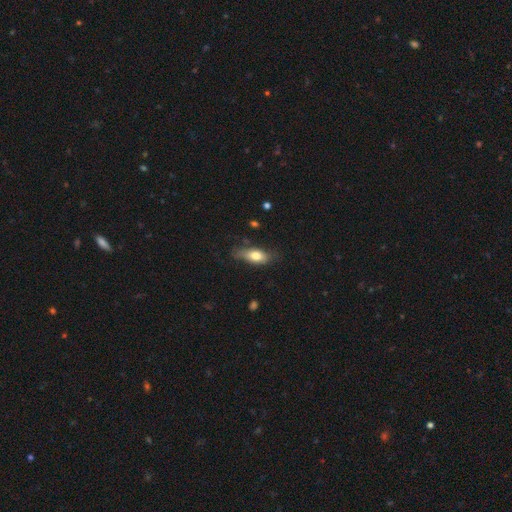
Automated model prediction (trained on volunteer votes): Q: Smooth or featured?
A: smooth (72%); runner-up: featured or disk (21%)
Q: How rounded?
A: in between (75%); runner-up: cigar-shaped (21%)
Q: Merging?
A: none (63%); runner-up: minor disturbance (27%)